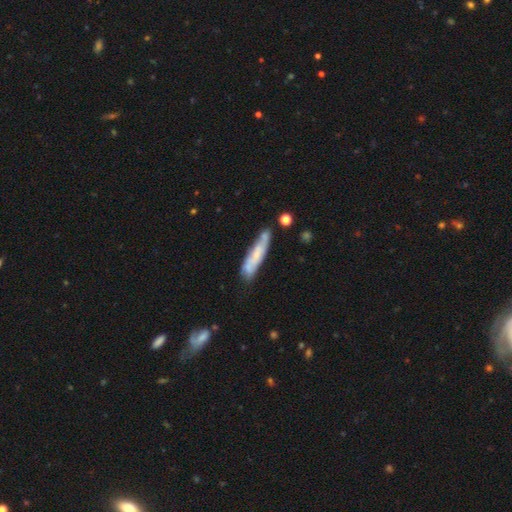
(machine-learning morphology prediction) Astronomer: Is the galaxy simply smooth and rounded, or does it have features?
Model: smooth — 53% (runner-up: featured or disk, 40%).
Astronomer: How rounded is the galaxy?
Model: cigar-shaped — 84%.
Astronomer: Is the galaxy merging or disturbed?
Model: none — 62%.